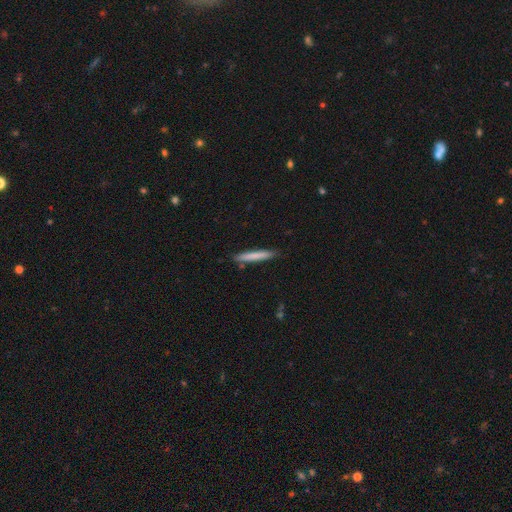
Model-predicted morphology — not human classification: A smooth galaxy with no disk features (76%) that is cigar-shaped (95%). Merging: none (86%).